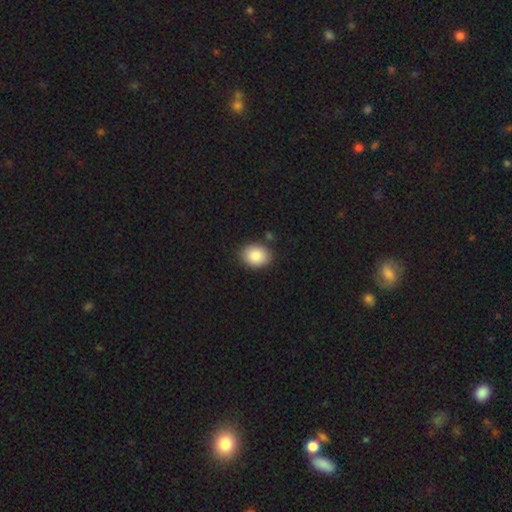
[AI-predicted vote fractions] Overall: smooth (88%). How rounded: in between (58%; round 41%). Merging: none (86%).